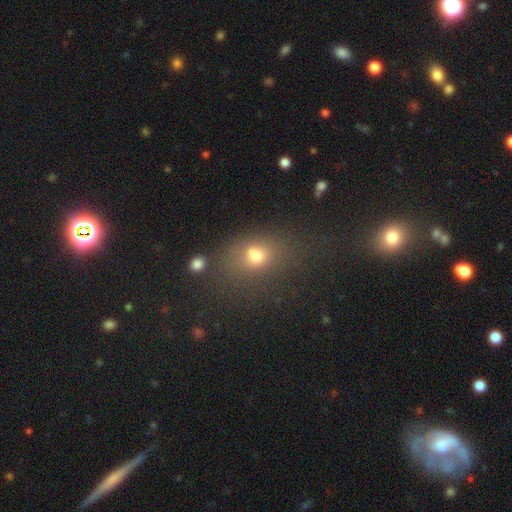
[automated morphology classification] smooth-or-featured: smooth: 69% | star or artifact: 17% | featured or disk: 14%
  how-rounded: in between: 64% | round: 34% | cigar-shaped: 3%
  merging: none: 47% | minor disturbance: 19% | merger: 18% | major disturbance: 16%